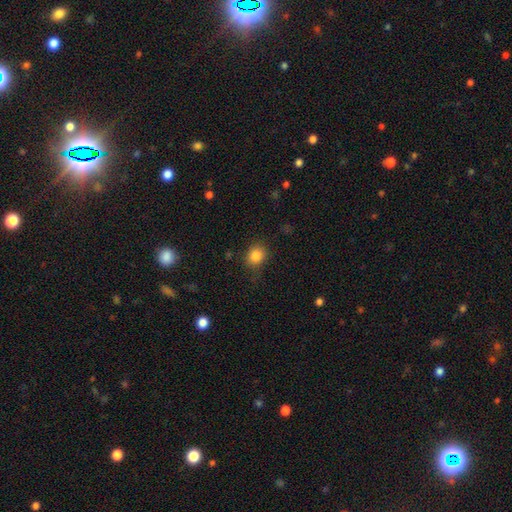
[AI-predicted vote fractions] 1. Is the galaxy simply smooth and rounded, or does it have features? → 84% smooth, 11% star or artifact, 5% featured or disk.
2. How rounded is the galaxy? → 65% round, 34% in between, 1% cigar-shaped.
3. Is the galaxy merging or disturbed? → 78% none, 16% minor disturbance, 5% major disturbance, 1% merger.